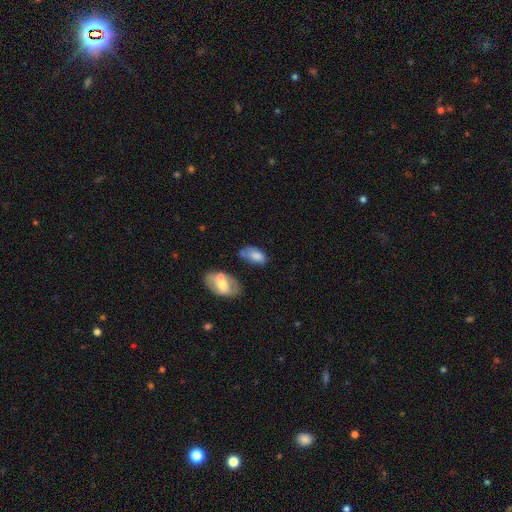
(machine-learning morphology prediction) Overall: smooth (74%). How rounded: in between (92%). Merging: none (43%; minor disturbance 31%).